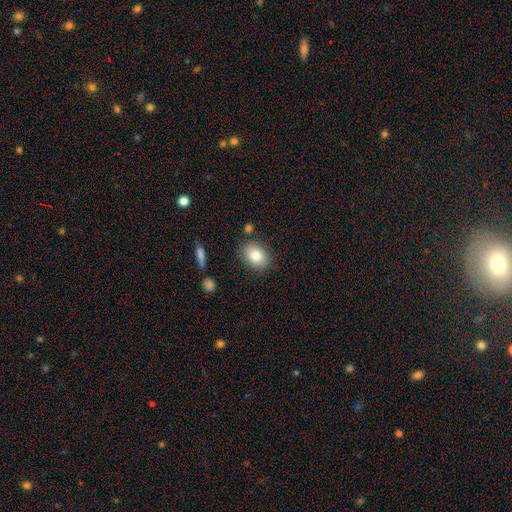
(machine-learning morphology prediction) The model was most divided on "how rounded": in between: 72%, round: 27%, cigar-shaped: 1%. More confident: smooth or featured — smooth (83%); merging — none (82%).